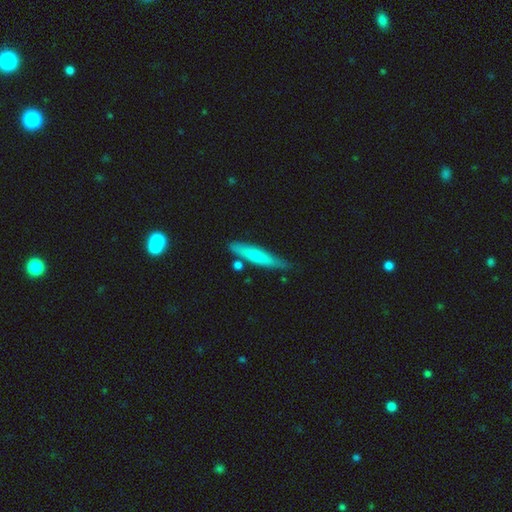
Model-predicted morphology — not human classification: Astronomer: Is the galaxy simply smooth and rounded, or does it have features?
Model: smooth — 60% (runner-up: featured or disk, 35%).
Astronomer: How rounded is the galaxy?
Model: cigar-shaped — 88%.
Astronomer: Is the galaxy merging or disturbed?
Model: none — 75%.